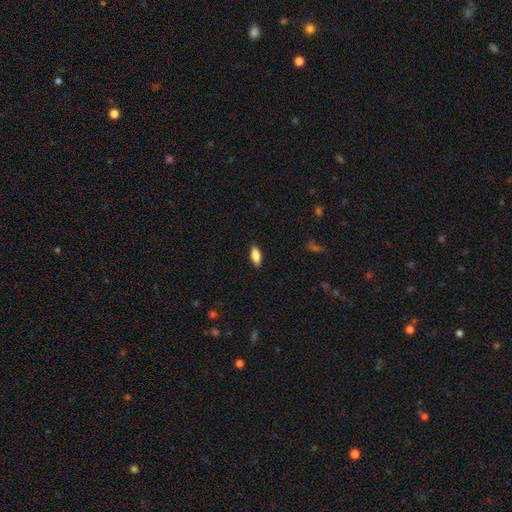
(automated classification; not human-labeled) Overall: smooth (85%). How rounded: in between (79%). Merging: none (89%).